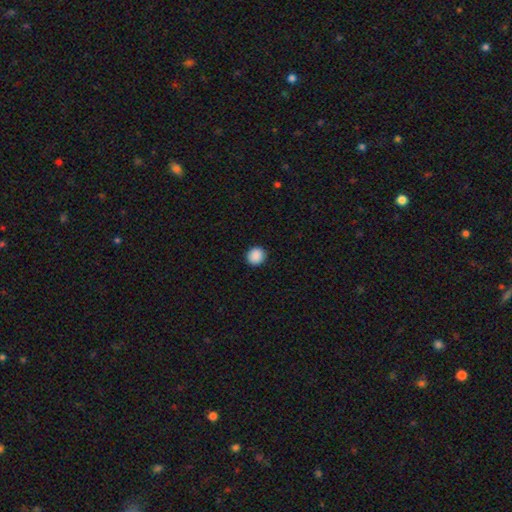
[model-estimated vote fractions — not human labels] smooth-or-featured: smooth: 90% | star or artifact: 8% | featured or disk: 2%
  how-rounded: round: 90% | in between: 9% | cigar-shaped: 1%
  merging: none: 92% | minor disturbance: 5% | major disturbance: 2% | merger: 1%